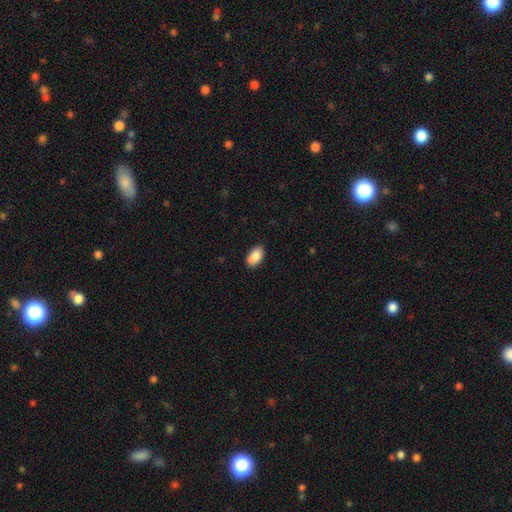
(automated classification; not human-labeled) A smooth galaxy with no disk features (86%) that is in between round and cigar-shaped (93%). Merging: none (82%).